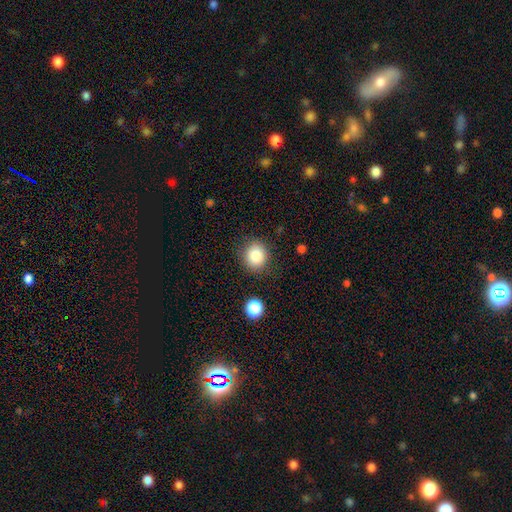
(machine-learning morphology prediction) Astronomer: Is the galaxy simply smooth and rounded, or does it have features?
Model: smooth — 83%.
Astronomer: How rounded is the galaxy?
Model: round — 86%.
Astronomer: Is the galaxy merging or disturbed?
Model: none — 86%.